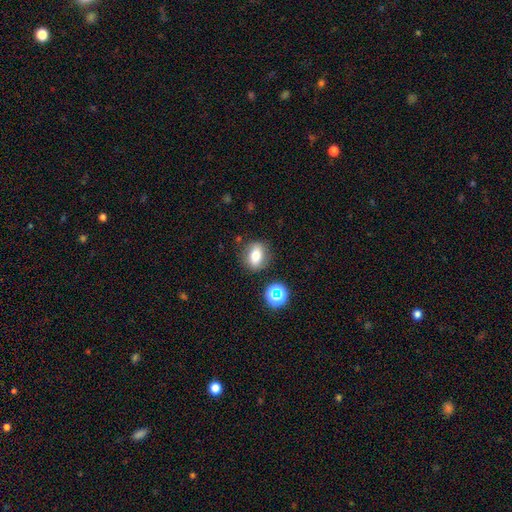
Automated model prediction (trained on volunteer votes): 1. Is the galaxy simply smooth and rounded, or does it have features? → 68% smooth, 18% featured or disk, 13% star or artifact.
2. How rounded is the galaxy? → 50% round, 48% in between, 2% cigar-shaped.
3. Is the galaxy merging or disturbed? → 82% none, 11% minor disturbance, 4% major disturbance, 3% merger.